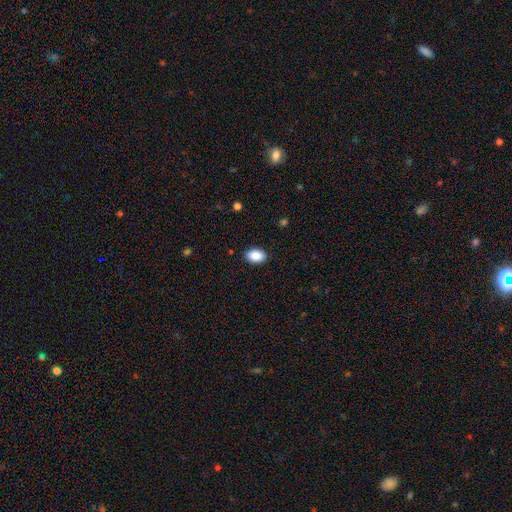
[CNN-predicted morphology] This is clearly a smooth galaxy (89%). How rounded: clearly in between (87%). Merging: clearly none (89%).